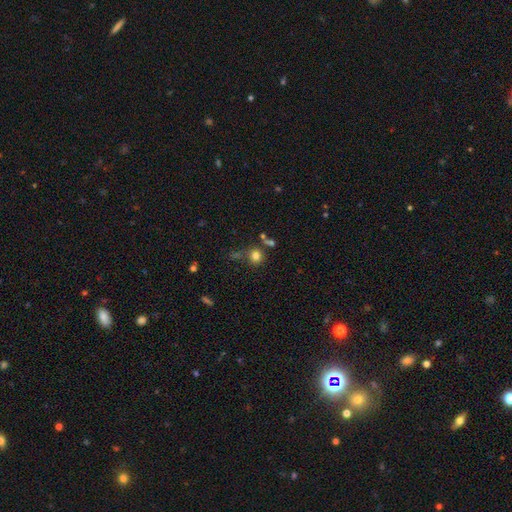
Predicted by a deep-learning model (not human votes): Morphology: type=smooth (79%); roundness=round (88%); merging=none (71%).